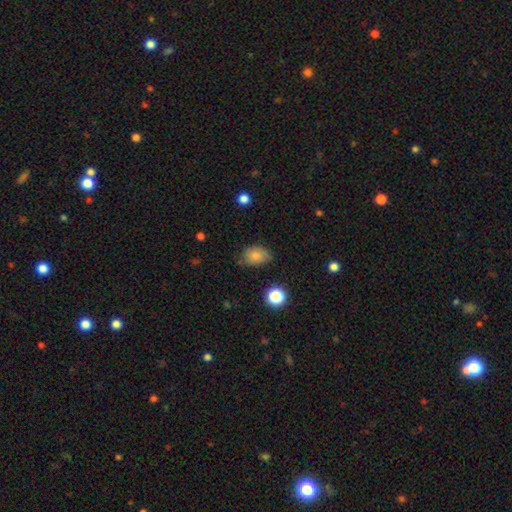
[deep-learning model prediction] Smooth or featured? smooth (81%)
How rounded? in between (73%)
Merging? none (67%)